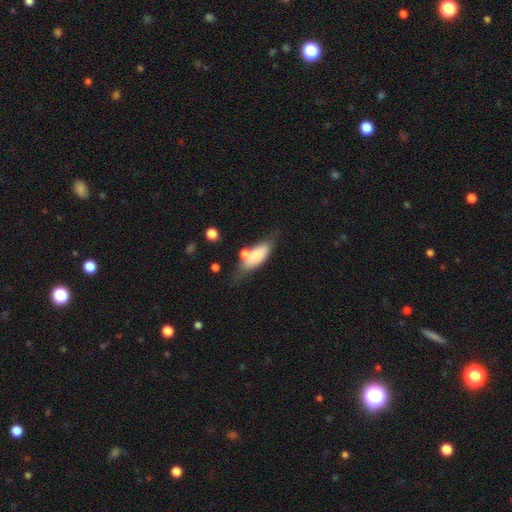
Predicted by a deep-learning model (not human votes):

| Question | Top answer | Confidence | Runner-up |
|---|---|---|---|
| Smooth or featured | smooth | 71% | featured or disk (22%) |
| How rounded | in between | 71% | cigar-shaped (25%) |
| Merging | none | 48% | minor disturbance (24%) |